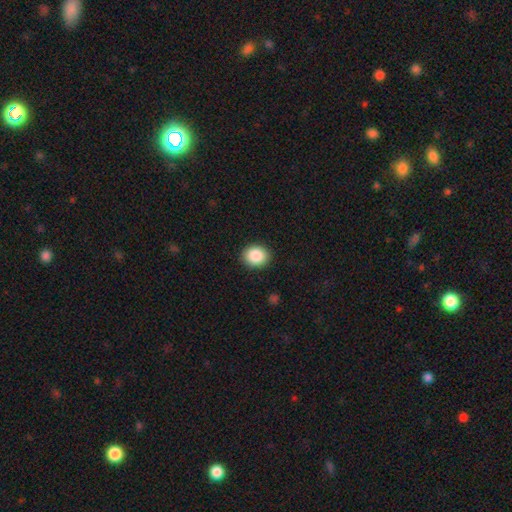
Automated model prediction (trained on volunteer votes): Smooth or featured? Predicted: smooth (p=0.88). How rounded? Predicted: round (p=0.61). Merging? Predicted: none (p=0.90).